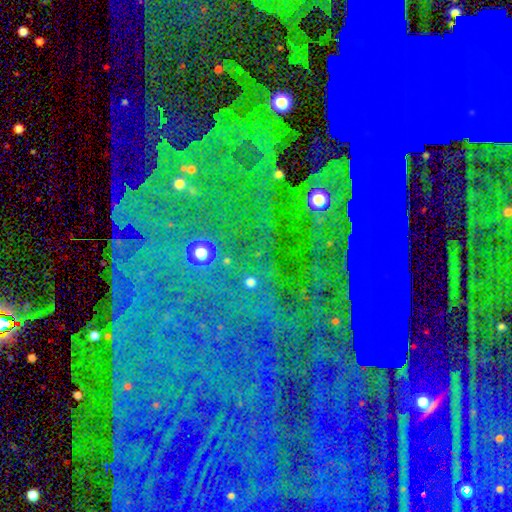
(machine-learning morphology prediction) This appears to be a star or artifact, not a galaxy (84%).